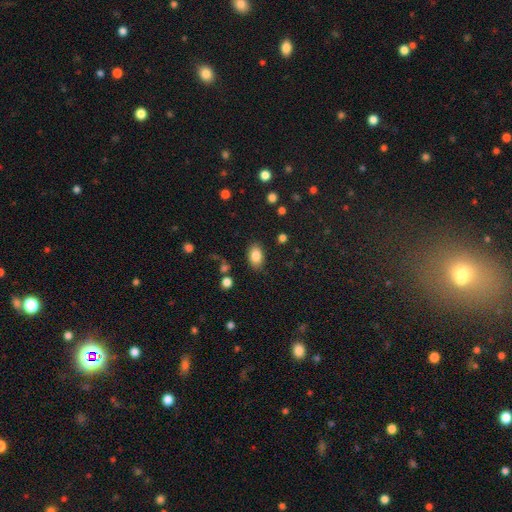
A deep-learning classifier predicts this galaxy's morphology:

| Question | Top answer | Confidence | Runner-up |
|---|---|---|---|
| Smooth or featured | smooth | 84% | star or artifact (8%) |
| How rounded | in between | 88% | round (11%) |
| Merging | none | 84% | minor disturbance (11%) |